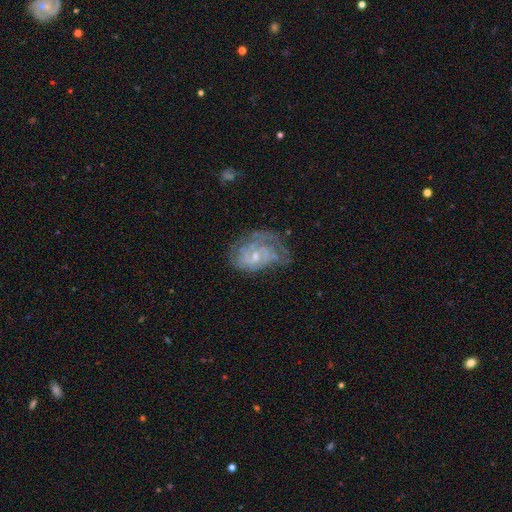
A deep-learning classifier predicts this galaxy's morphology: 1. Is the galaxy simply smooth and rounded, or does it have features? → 76% featured or disk, 16% smooth, 8% star or artifact.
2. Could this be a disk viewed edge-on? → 97% no, 3% yes.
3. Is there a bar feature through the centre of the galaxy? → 66% no, 29% weak, 4% strong.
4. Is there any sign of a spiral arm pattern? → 84% yes, 16% no.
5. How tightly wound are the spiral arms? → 59% tight, 31% medium, 11% loose.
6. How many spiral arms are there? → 47% can't tell, 22% 2, 13% 3, 7% 1, 6% 4, 4% more than 4.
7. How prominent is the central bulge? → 65% small, 29% moderate, 4% none, 1% large, 1% dominant.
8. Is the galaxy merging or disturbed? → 47% none, 27% minor disturbance, 23% major disturbance, 3% merger.